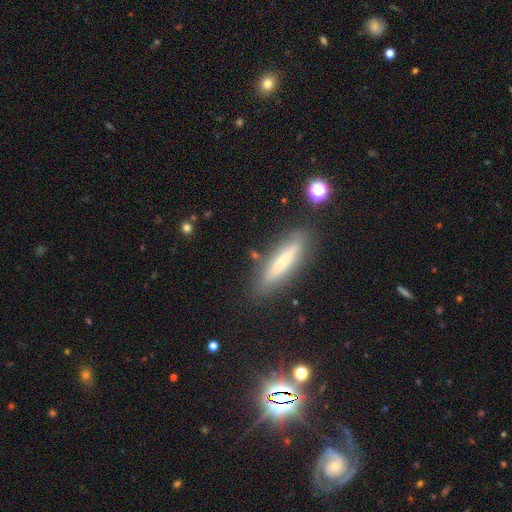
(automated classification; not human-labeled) smooth_or_featured: smooth (p=0.55) [alt: featured or disk p=0.36]
how_rounded: cigar-shaped (p=0.84) [alt: in between p=0.14]
merging: none (p=0.83) [alt: minor disturbance p=0.11]